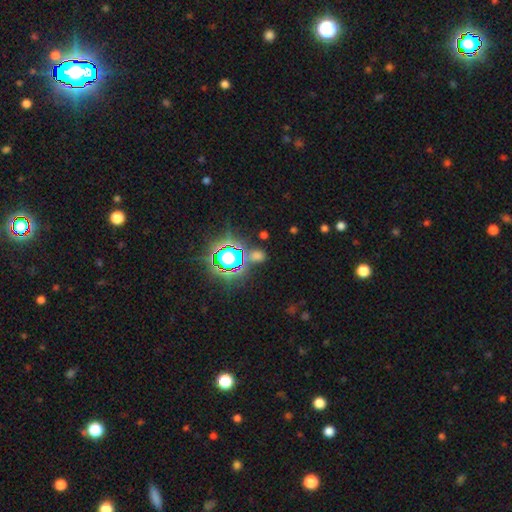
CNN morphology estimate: This appears to be a star or artifact, not a galaxy (54%).